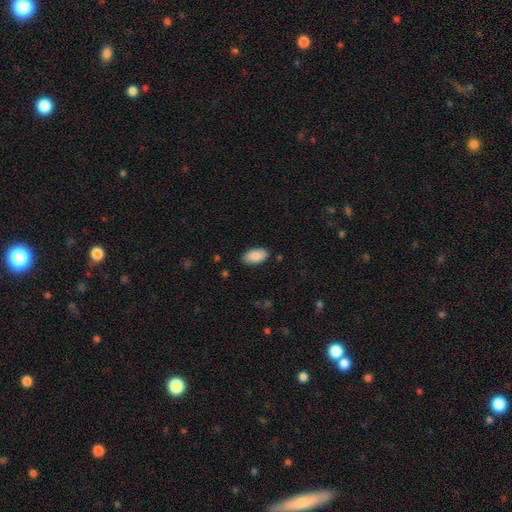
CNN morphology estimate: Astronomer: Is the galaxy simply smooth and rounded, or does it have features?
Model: smooth — 87%.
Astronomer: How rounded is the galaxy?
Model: in between — 95%.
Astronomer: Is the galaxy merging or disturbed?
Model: none — 86%.